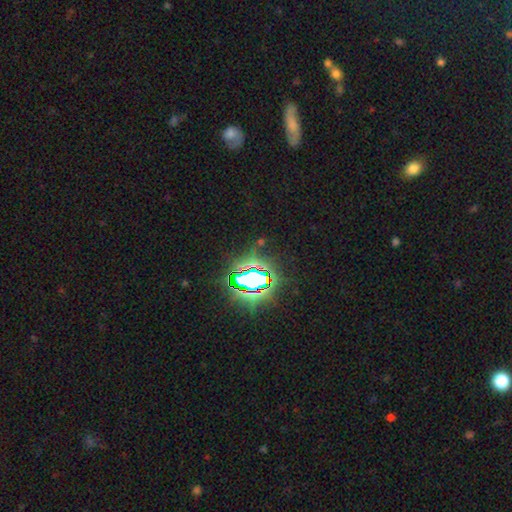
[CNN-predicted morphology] This is clearly a star or artifact rather than a galaxy (80%).